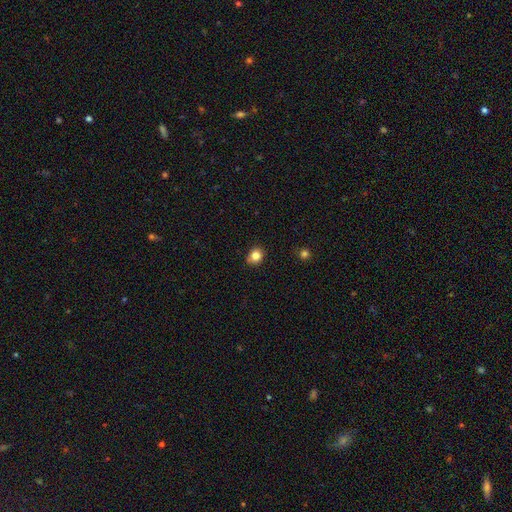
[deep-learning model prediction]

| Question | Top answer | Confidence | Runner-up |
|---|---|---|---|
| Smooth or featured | smooth | 83% | star or artifact (11%) |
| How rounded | round | 71% | in between (28%) |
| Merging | none | 83% | minor disturbance (13%) |